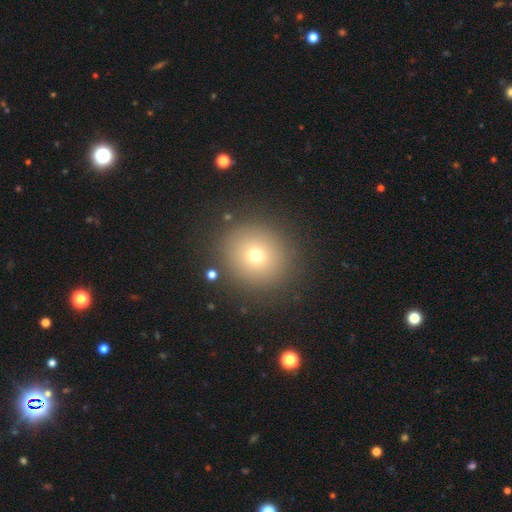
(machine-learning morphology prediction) Q: Smooth or featured?
A: smooth (69%); runner-up: star or artifact (18%)
Q: How rounded?
A: round (88%); runner-up: in between (11%)
Q: Merging?
A: none (88%); runner-up: minor disturbance (7%)